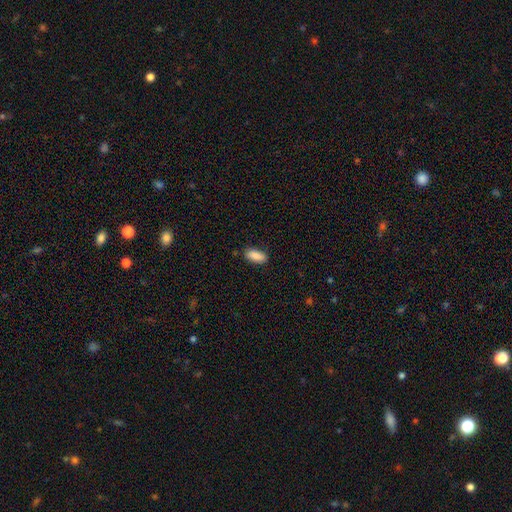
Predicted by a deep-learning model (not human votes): Smooth or featured? smooth (88%)
How rounded? in between (85%)
Merging? none (84%)